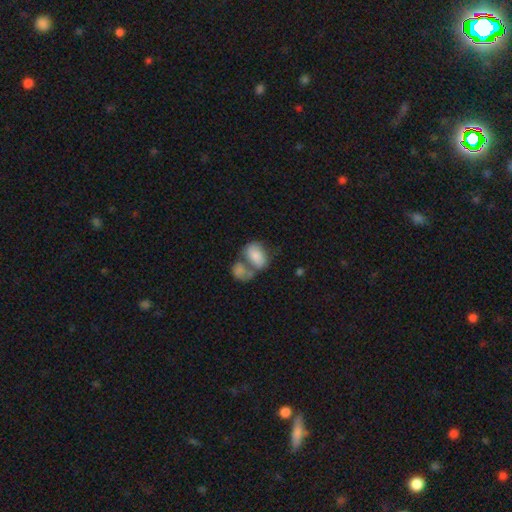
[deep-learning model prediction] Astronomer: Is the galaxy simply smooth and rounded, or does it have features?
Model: smooth — 73%.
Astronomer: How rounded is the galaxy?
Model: in between — 80%.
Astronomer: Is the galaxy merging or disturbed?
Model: merger — 55%.